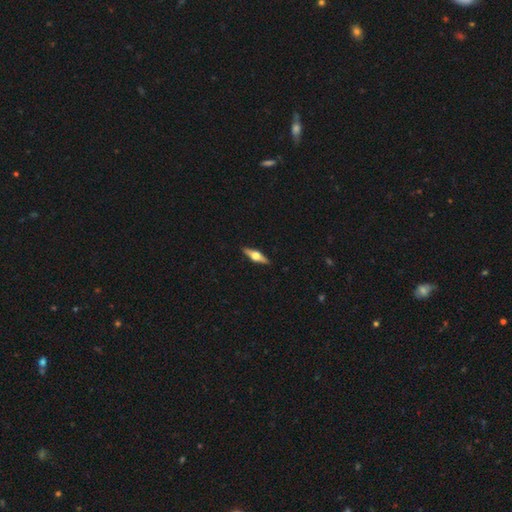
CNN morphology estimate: A featured or disk galaxy (67%) viewed edge-on (96%) with a rounded central bulge (95%).

Vote fractions:
- Smooth or featured? featured or disk: 67% / smooth: 27% / star or artifact: 5%
- Edge-on disk? yes: 96% / no: 4%
- Edge-on bulge? rounded: 95% / boxy: 3% / none: 1%
- Merging? none: 91% / minor disturbance: 7% / major disturbance: 1% / merger: 1%